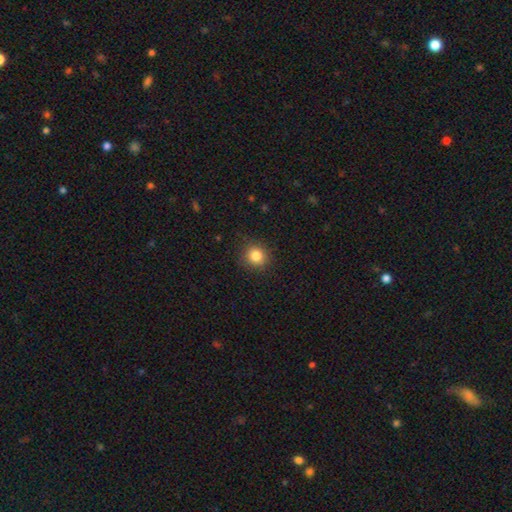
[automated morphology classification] smooth 84%, star or artifact 11%, featured or disk 5%. Down the decision tree: how rounded — round (88%); merging — none (88%).